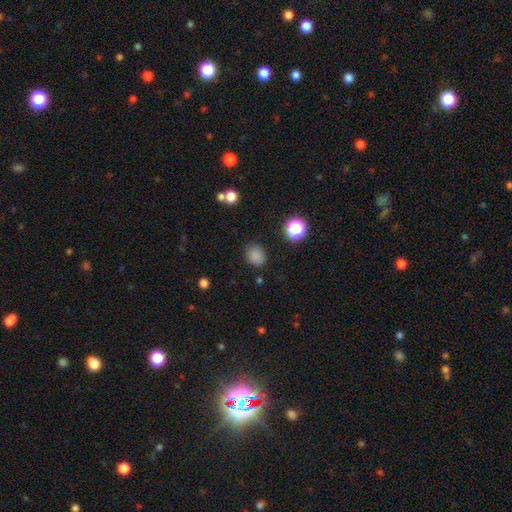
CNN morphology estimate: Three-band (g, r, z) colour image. It shows a smooth galaxy with no disk features (82%) that is round (66%). Merging: none (82%).